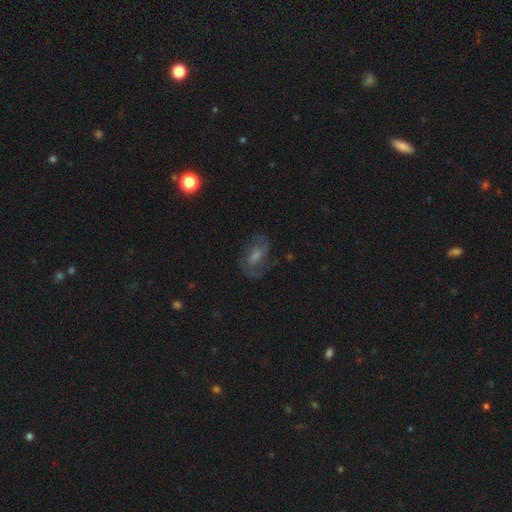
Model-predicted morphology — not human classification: smooth-or-featured: featured or disk: 66% | smooth: 19% | star or artifact: 15%
  disk-edge-on: no: 95% | yes: 5%
    bar: weak: 50% | no: 32% | strong: 18%
    has-spiral-arms: yes: 88% | no: 12%
      spiral-winding: medium: 49% | tight: 31% | loose: 20%
      spiral-arm-count: 2: 65% | can't tell: 21% | 3: 6% | 1: 3% | 4: 2% | more than 4: 2%
    bulge-size: moderate: 42% | small: 38% | none: 12% | large: 7% | dominant: 2%
  merging: none: 73% | minor disturbance: 16% | major disturbance: 10% | merger: 1%